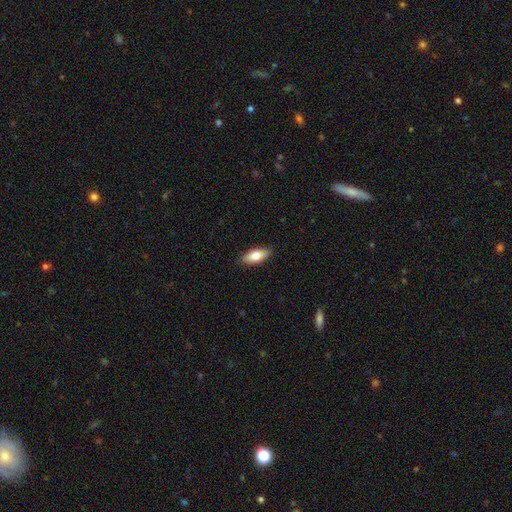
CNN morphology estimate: A smooth galaxy with no disk features (77%) that is in between round and cigar-shaped (80%).

Vote fractions:
- Smooth or featured? smooth: 77% / featured or disk: 17% / star or artifact: 6%
- How rounded? in between: 80% / cigar-shaped: 18% / round: 2%
- Merging? none: 88% / minor disturbance: 9% / major disturbance: 2% / merger: 1%